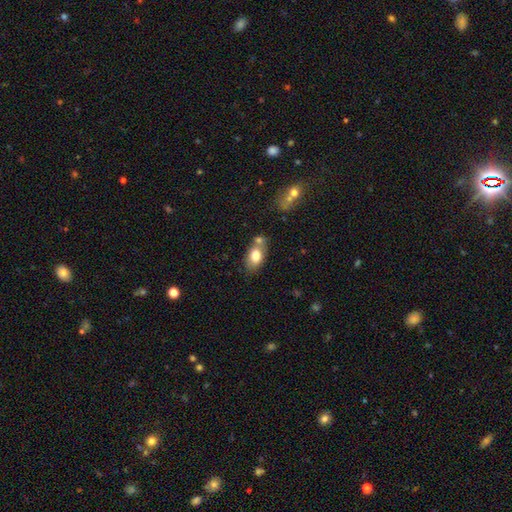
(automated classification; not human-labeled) smooth-or-featured: smooth: 77% | featured or disk: 15% | star or artifact: 8%
  how-rounded: in between: 85% | round: 13% | cigar-shaped: 2%
  merging: none: 52% | merger: 29% | minor disturbance: 15% | major disturbance: 4%